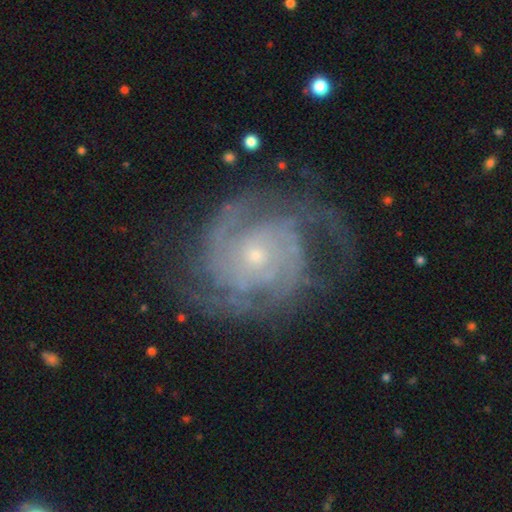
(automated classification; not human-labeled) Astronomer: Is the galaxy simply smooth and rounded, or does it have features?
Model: featured or disk — 89%.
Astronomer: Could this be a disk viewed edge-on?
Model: no — 98%.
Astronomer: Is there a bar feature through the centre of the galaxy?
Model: no — 76%.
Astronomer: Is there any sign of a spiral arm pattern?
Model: yes — 97%.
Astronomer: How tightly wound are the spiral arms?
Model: tight — 62%.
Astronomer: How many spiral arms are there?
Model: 2 — 33% (runner-up: 3, 23%).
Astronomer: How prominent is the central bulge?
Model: small — 74%.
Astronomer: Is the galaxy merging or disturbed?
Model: none — 69%.